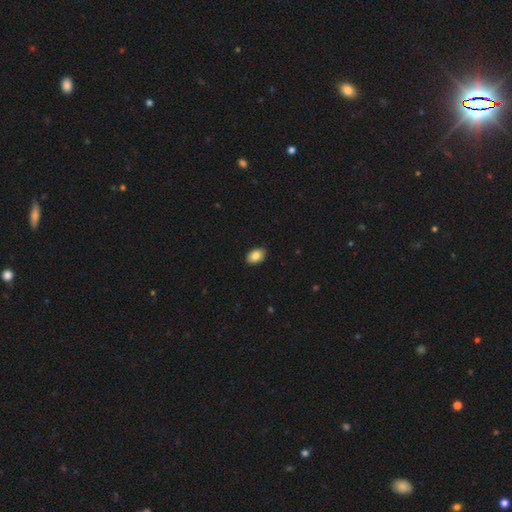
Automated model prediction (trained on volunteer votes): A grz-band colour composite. It shows a smooth galaxy with no disk features (86%) that is in between round and cigar-shaped (87%). Merging: none (90%).